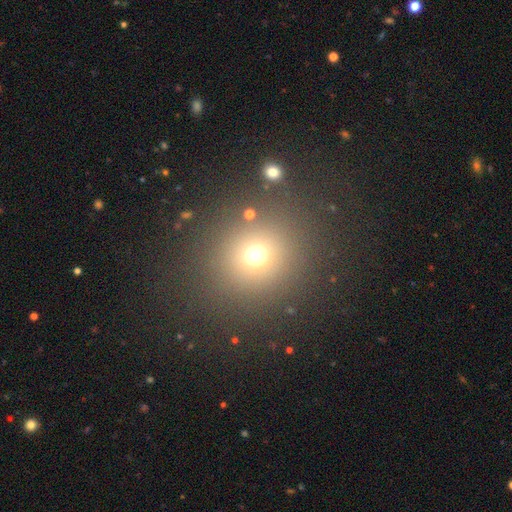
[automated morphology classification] Overall: smooth (67%). How rounded: round (88%). Merging: none (82%).